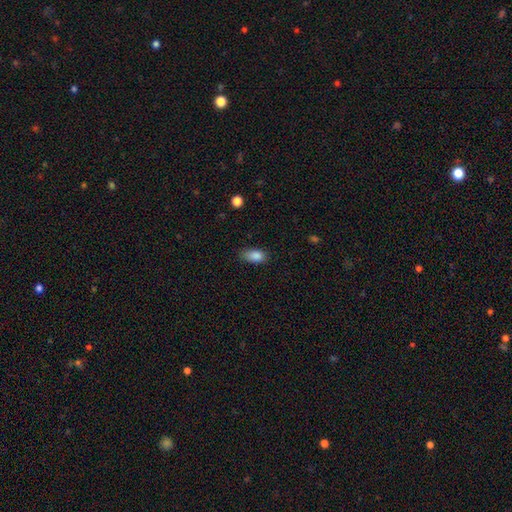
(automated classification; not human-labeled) Q: Smooth or featured?
A: smooth (86%); runner-up: star or artifact (9%)
Q: How rounded?
A: in between (89%); runner-up: round (7%)
Q: Merging?
A: none (69%); runner-up: minor disturbance (24%)